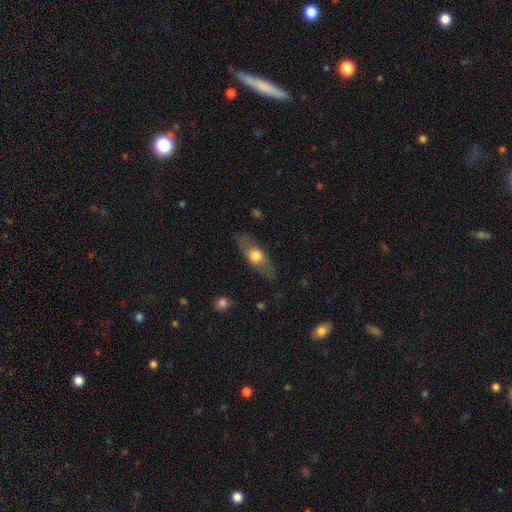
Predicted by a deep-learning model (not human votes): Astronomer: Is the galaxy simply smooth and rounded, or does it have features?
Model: smooth — 54% (runner-up: featured or disk, 40%).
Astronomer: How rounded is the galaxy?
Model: in between — 63%.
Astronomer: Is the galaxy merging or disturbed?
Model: none — 78%.